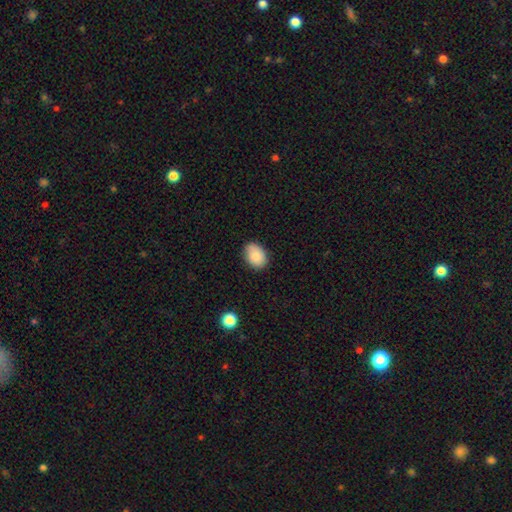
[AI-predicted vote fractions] A smooth galaxy with no disk features (88%) that is in between round and cigar-shaped (80%).

Vote fractions:
- Smooth or featured? smooth: 88% / star or artifact: 7% / featured or disk: 4%
- How rounded? in between: 80% / round: 19% / cigar-shaped: 1%
- Merging? none: 81% / minor disturbance: 15% / major disturbance: 3% / merger: 1%